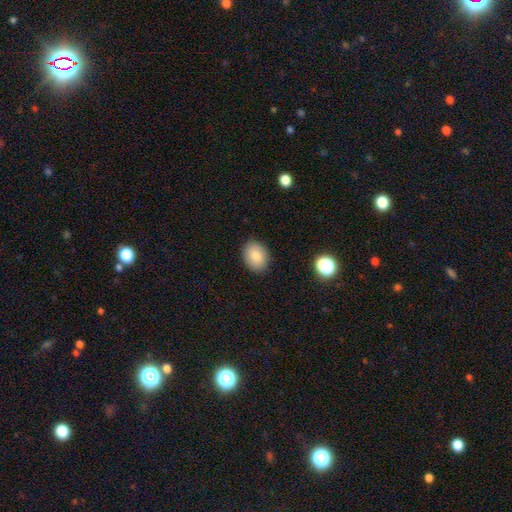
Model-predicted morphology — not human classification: Smooth or featured?
  - smooth: 82% *
  - featured or disk: 9%
  - star or artifact: 9%
How rounded?
  - in between: 66% *
  - round: 33%
  - cigar-shaped: 1%
Merging?
  - none: 88% *
  - minor disturbance: 8%
  - major disturbance: 2%
  - merger: 1%